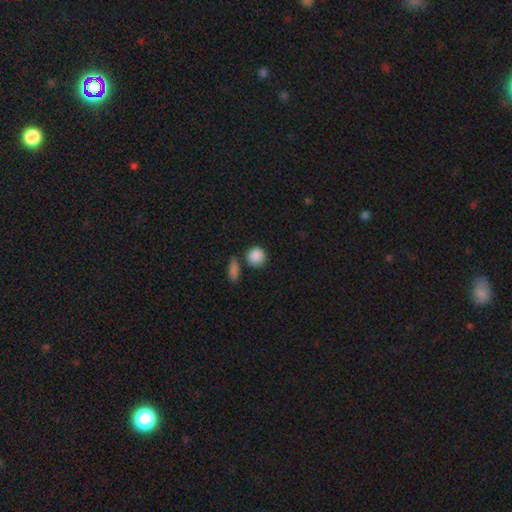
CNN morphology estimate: Overall: smooth (88%). How rounded: round (85%). Merging: none (72%).